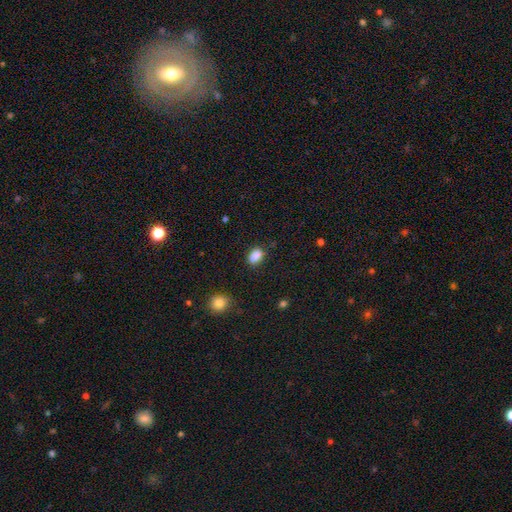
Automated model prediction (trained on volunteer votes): Smooth or featured? Predicted: smooth (p=0.87). How rounded? Predicted: in between (p=0.83). Merging? Predicted: none (p=0.80).